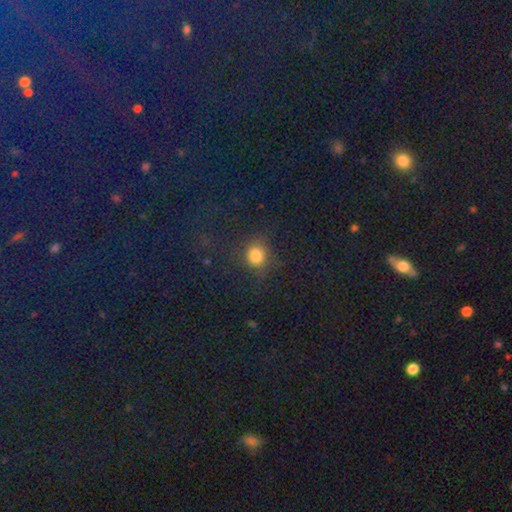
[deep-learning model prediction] smooth 74%, star or artifact 18%, featured or disk 8%. Down the decision tree: how rounded — round (80%); merging — none (76%).